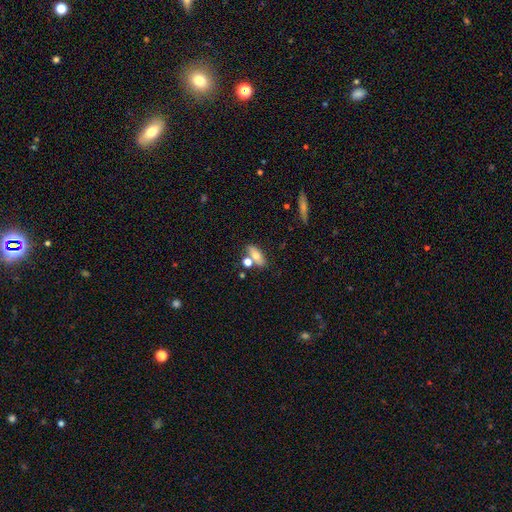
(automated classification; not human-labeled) Smooth or featured? Predicted: smooth (p=0.66). How rounded? Predicted: in between (p=0.72). Merging? Predicted: none (p=0.59).